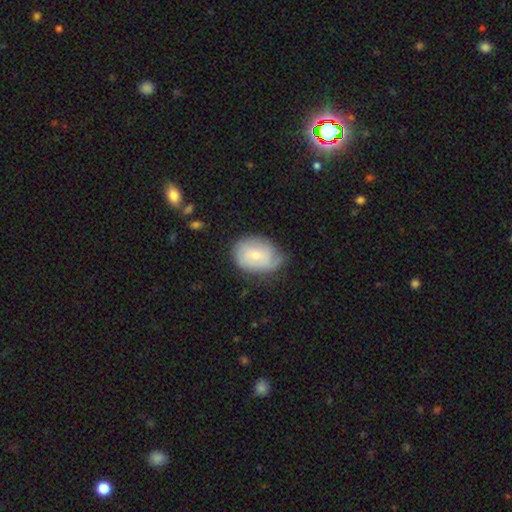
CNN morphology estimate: This is possibly a smooth galaxy (54%). How rounded: likely in between (70%). Merging: possibly none (56%).